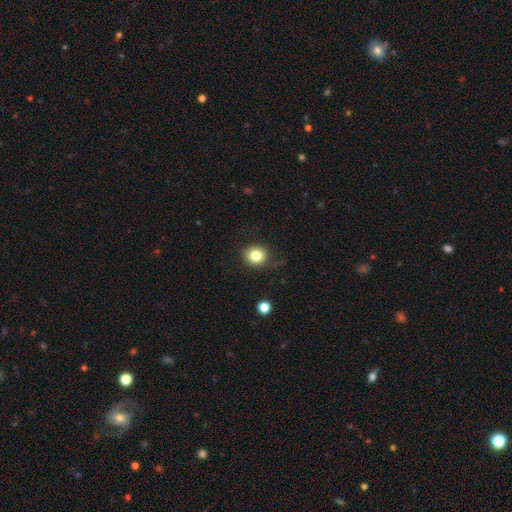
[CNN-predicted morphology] This appears to be a smooth galaxy with no disk features (81%) that is round (81%). Merging: none (79%).